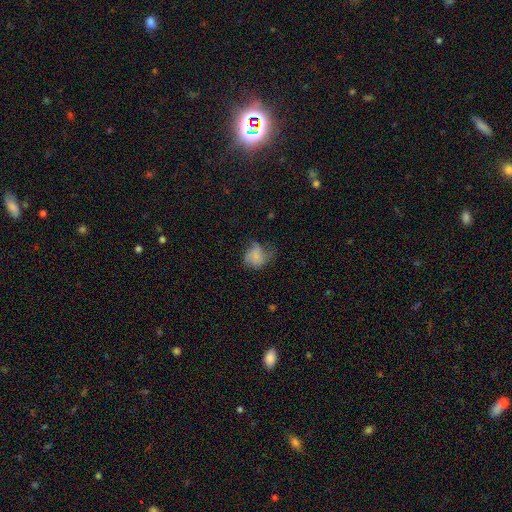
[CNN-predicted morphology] This appears to be a smooth galaxy with no disk features (65%) that is round (55%). Merging: none (34%).